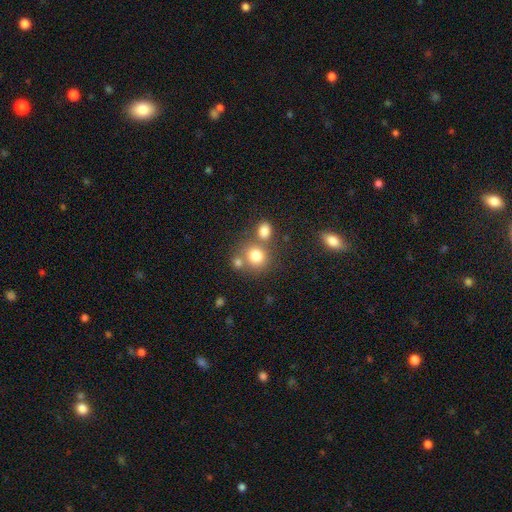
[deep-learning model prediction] Smooth or featured? smooth (78%)
How rounded? round (83%)
Merging? none (56%)